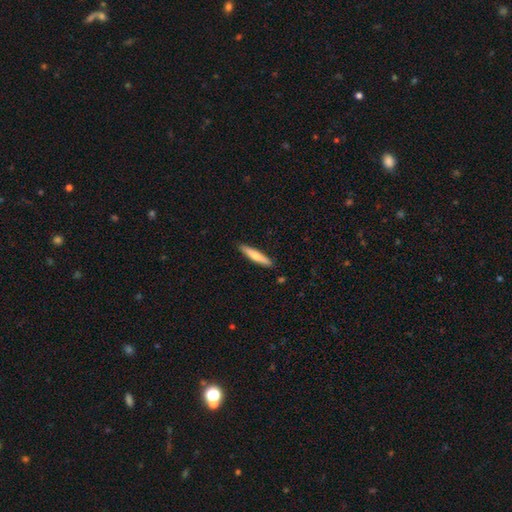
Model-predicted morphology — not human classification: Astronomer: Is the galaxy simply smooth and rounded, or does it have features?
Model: smooth — 67%.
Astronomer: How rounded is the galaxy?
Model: cigar-shaped — 90%.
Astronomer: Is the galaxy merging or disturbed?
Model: none — 90%.